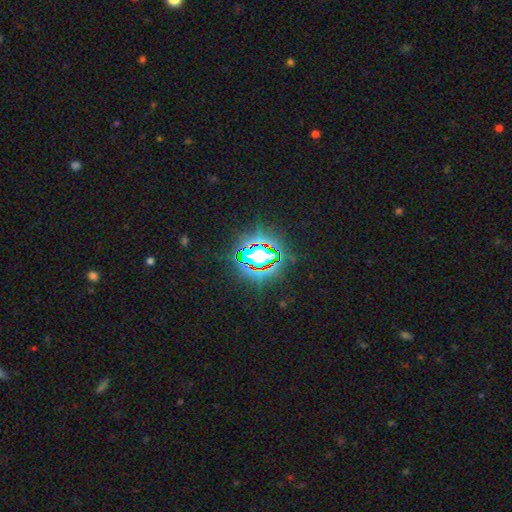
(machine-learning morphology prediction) Smooth or featured?
  - star or artifact: 74% *
  - smooth: 16%
  - featured or disk: 10%